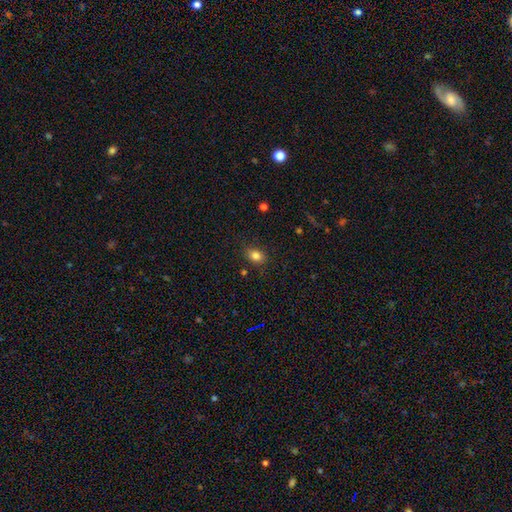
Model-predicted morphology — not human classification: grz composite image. It shows a smooth galaxy with no disk features (82%) that is in between round and cigar-shaped (69%). Merging: none (83%).